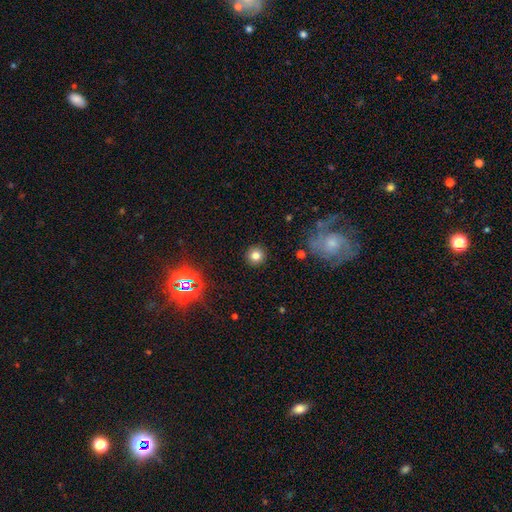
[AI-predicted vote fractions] smooth 79%, star or artifact 14%, featured or disk 7%. Down the decision tree: how rounded — round (94%); merging — none (91%).